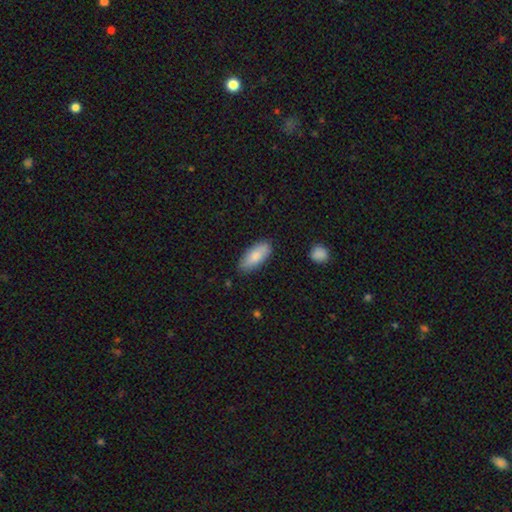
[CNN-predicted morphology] smooth 83%, featured or disk 11%, star or artifact 6%. Down the decision tree: how rounded — in between (83%); merging — none (83%).